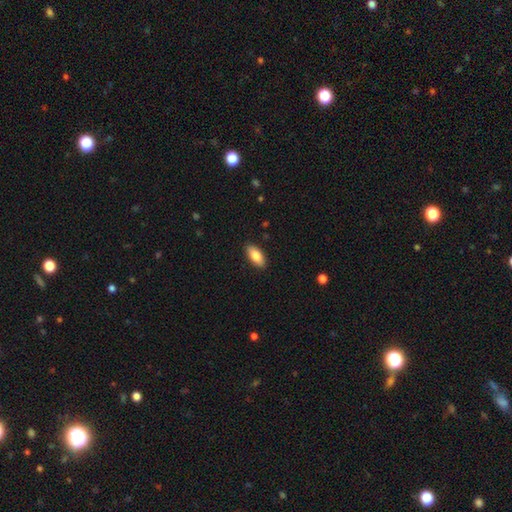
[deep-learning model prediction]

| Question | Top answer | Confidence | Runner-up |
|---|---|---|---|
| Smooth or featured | smooth | 85% | featured or disk (9%) |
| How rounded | in between | 89% | cigar-shaped (9%) |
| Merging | none | 89% | minor disturbance (8%) |